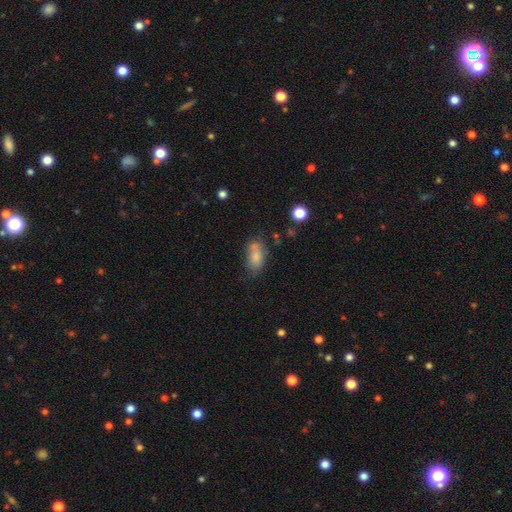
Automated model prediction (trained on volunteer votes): Q: Smooth or featured?
A: smooth (77%); runner-up: featured or disk (14%)
Q: How rounded?
A: in between (88%); runner-up: round (9%)
Q: Merging?
A: none (51%); runner-up: minor disturbance (24%)